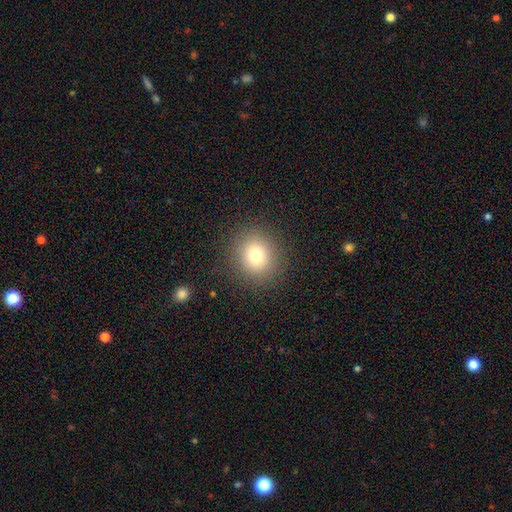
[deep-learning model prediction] A smooth galaxy with no disk features (77%) that is round (80%).

Vote fractions:
- Smooth or featured? smooth: 77% / star or artifact: 13% / featured or disk: 10%
- How rounded? round: 80% / in between: 19% / cigar-shaped: 1%
- Merging? none: 88% / minor disturbance: 7% / major disturbance: 3% / merger: 1%